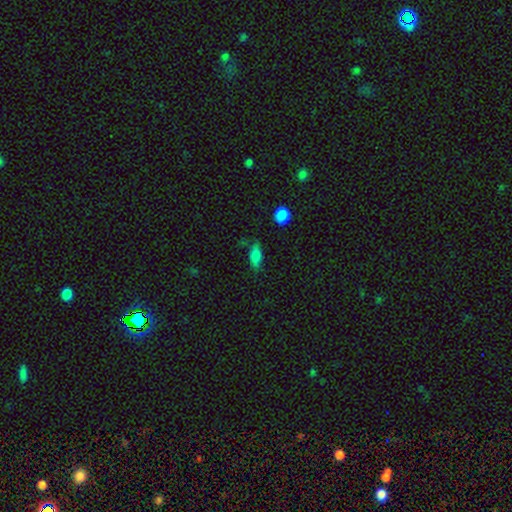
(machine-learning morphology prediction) Smooth or featured? Predicted: smooth (p=0.74). How rounded? Predicted: in between (p=0.75). Merging? Predicted: none (p=0.72).